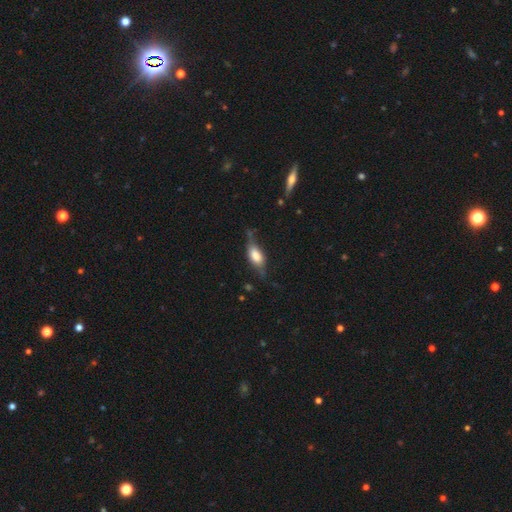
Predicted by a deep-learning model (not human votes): smooth 59%, featured or disk 34%, star or artifact 8%. Down the decision tree: how rounded — in between (78%); merging — none (54%).